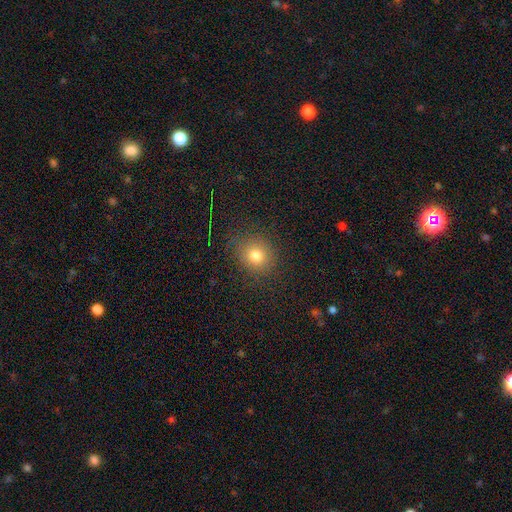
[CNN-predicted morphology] smooth 77%, star or artifact 16%, featured or disk 7%. Down the decision tree: how rounded — round (76%); merging — none (85%).